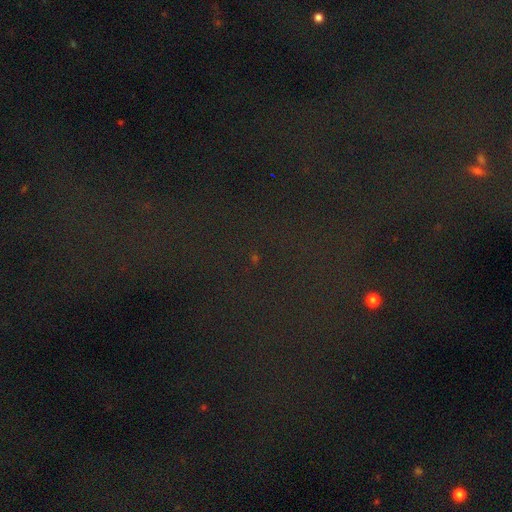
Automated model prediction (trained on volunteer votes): star or artifact 77%, smooth 13%, featured or disk 9%.